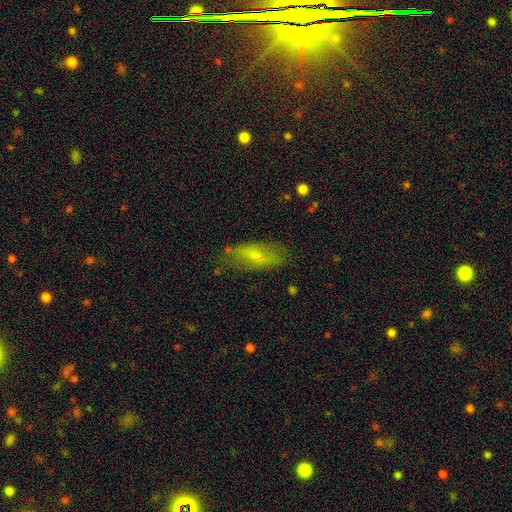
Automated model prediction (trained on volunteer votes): Q: Smooth or featured?
A: smooth (61%); runner-up: featured or disk (30%)
Q: How rounded?
A: in between (65%); runner-up: cigar-shaped (32%)
Q: Merging?
A: none (67%); runner-up: minor disturbance (21%)